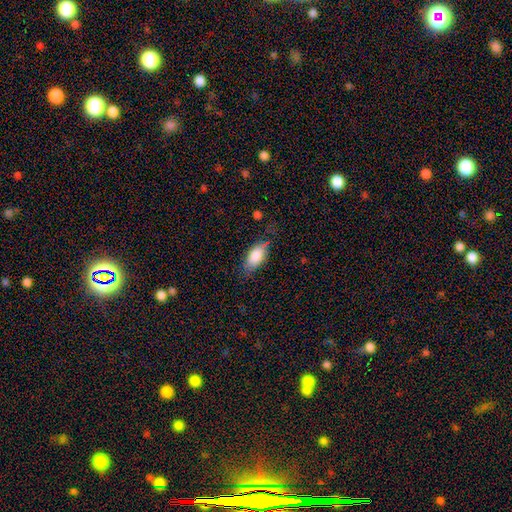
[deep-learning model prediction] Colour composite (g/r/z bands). It shows a smooth galaxy with no disk features (84%) that is in between round and cigar-shaped (90%). Merging: none (63%).